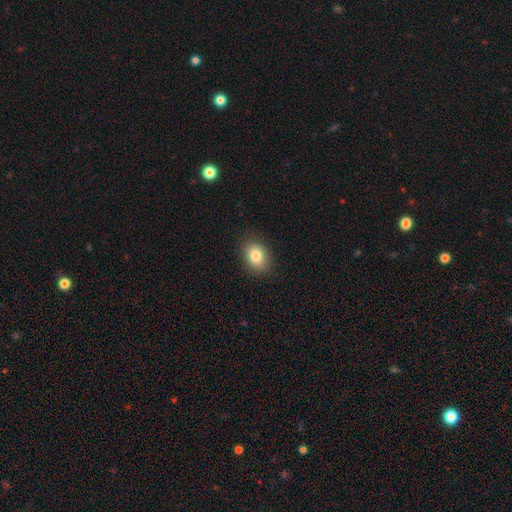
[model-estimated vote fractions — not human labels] smooth_or_featured: smooth (p=0.83) [alt: star or artifact p=0.09]
how_rounded: in between (p=0.65) [alt: round p=0.34]
merging: none (p=0.87) [alt: minor disturbance p=0.10]